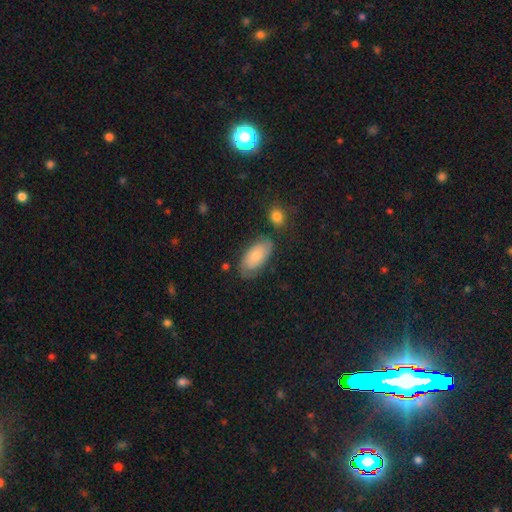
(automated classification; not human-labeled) Morphology: type=smooth (68%); roundness=in between (93%); merging=none (67%).